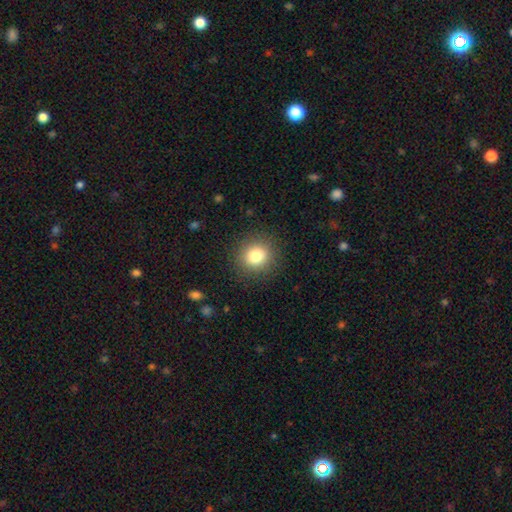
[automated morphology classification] A smooth galaxy with no disk features (81%) that is round (87%).

Vote fractions:
- Smooth or featured? smooth: 81% / star or artifact: 11% / featured or disk: 7%
- How rounded? round: 87% / in between: 12% / cigar-shaped: 1%
- Merging? none: 89% / minor disturbance: 7% / major disturbance: 3% / merger: 1%